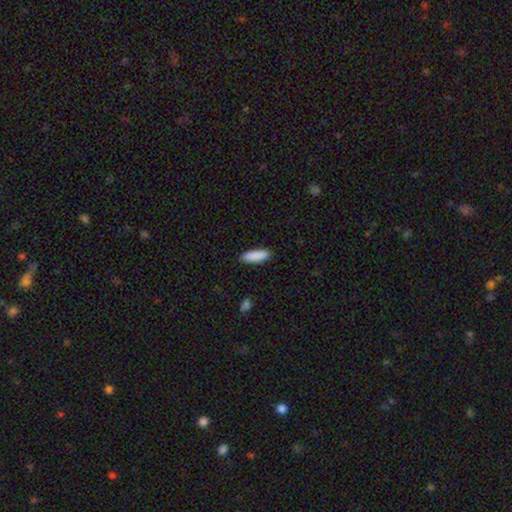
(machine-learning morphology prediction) Overall: smooth (89%). How rounded: cigar-shaped (54%; in between 44%). Merging: none (88%).